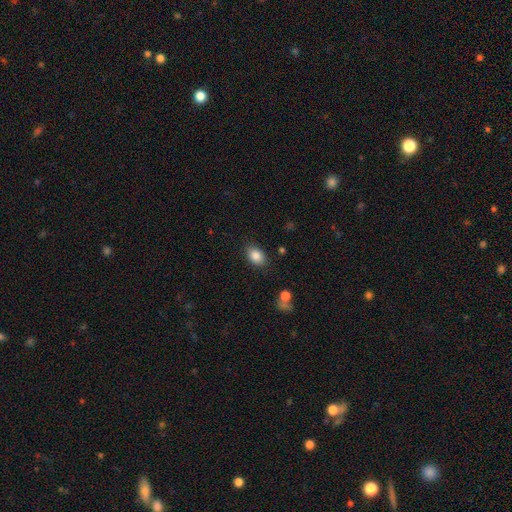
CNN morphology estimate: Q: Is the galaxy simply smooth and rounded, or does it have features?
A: smooth — 85%.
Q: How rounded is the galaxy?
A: in between — 83%.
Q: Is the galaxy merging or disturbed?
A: none — 83%.